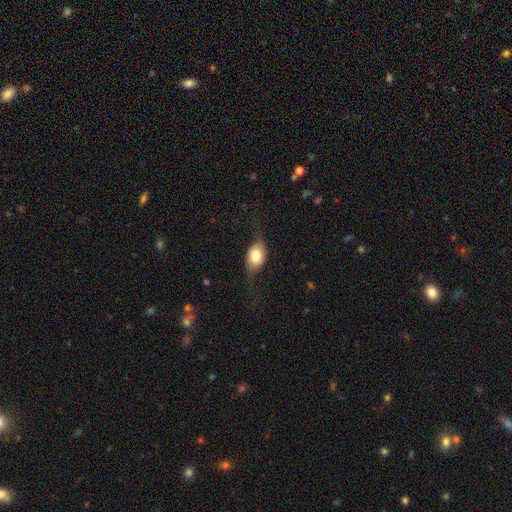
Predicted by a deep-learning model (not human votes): smooth_or_featured: smooth (p=0.56) [alt: featured or disk p=0.37]
how_rounded: in between (p=0.78) [alt: round p=0.19]
merging: none (p=0.54) [alt: minor disturbance p=0.25]